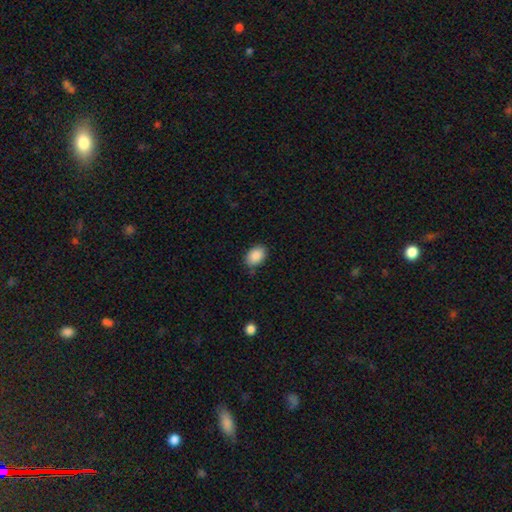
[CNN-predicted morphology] A smooth galaxy with no disk features (89%) that is in between round and cigar-shaped (83%). Merging: none (83%).